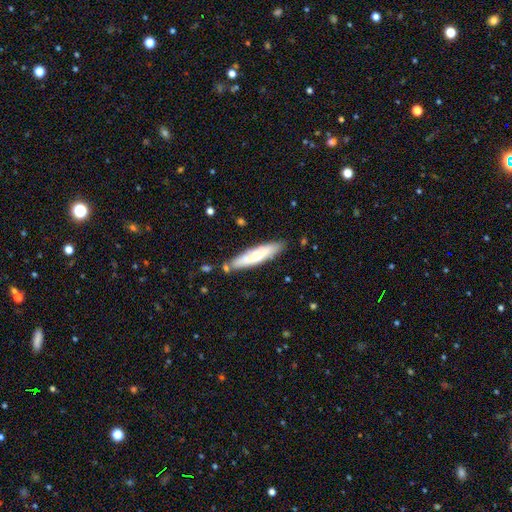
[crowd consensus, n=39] smooth 62%, featured or disk 38%, star or artifact 0%. Down the decision tree: how rounded — cigar-shaped (83%); merging — none (87%).